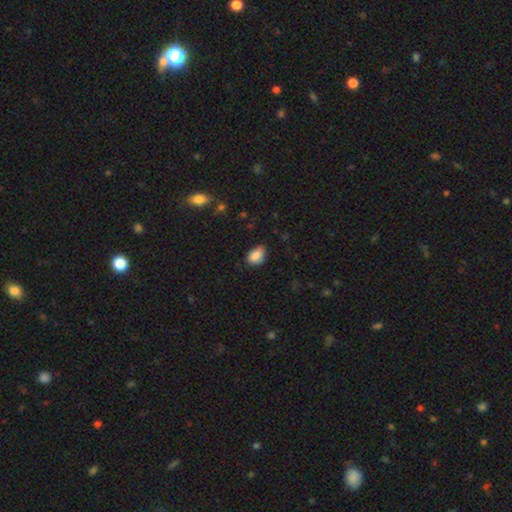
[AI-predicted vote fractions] A smooth galaxy with no disk features (87%) that is in between round and cigar-shaped (85%).

Vote fractions:
- Smooth or featured? smooth: 87% / star or artifact: 8% / featured or disk: 5%
- How rounded? in between: 85% / round: 14% / cigar-shaped: 1%
- Merging? none: 73% / minor disturbance: 22% / major disturbance: 4% / merger: 2%